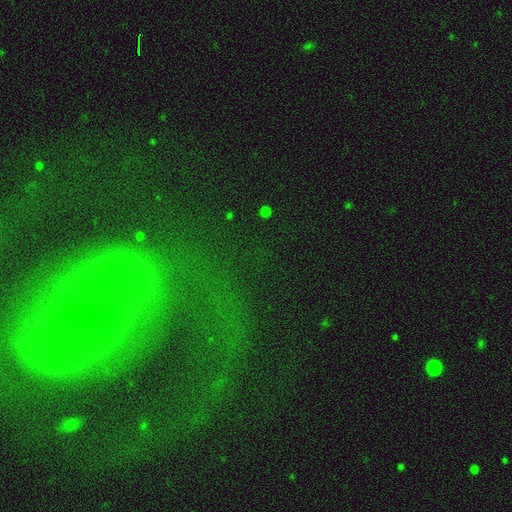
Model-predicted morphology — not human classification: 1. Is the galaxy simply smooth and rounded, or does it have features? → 54% featured or disk, 30% star or artifact, 16% smooth.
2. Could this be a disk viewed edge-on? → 90% no, 10% yes.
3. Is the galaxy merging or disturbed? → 63% none, 16% major disturbance, 14% minor disturbance, 7% merger.